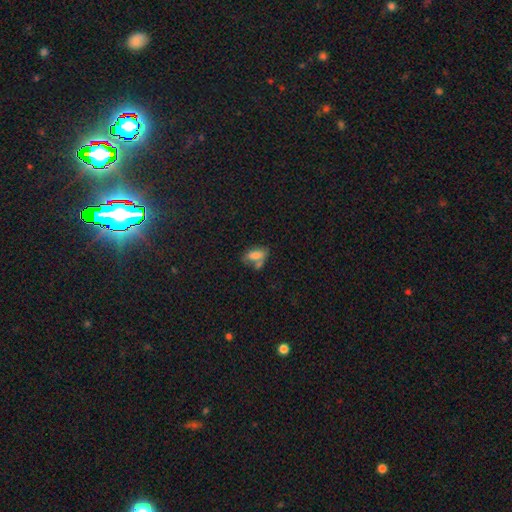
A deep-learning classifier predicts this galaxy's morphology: A smooth galaxy with no disk features (75%) that is in between round and cigar-shaped (86%).

Vote fractions:
- Smooth or featured? smooth: 75% / featured or disk: 13% / star or artifact: 12%
- How rounded? in between: 86% / cigar-shaped: 9% / round: 5%
- Merging? none: 44% / merger: 29% / minor disturbance: 19% / major disturbance: 8%